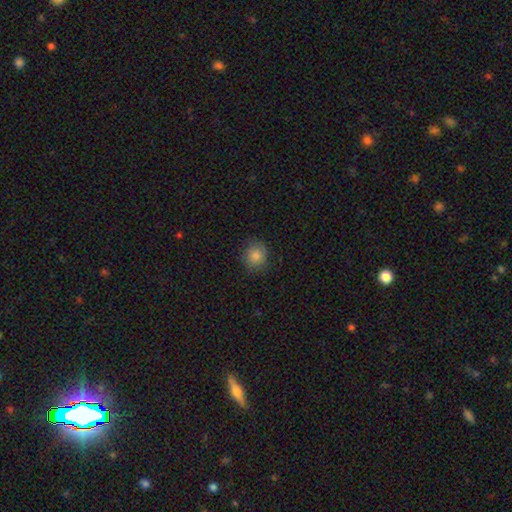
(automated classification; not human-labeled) smooth-or-featured: smooth: 84% | star or artifact: 11% | featured or disk: 5%
  how-rounded: round: 83% | in between: 16% | cigar-shaped: 1%
  merging: none: 86% | minor disturbance: 10% | major disturbance: 3% | merger: 1%